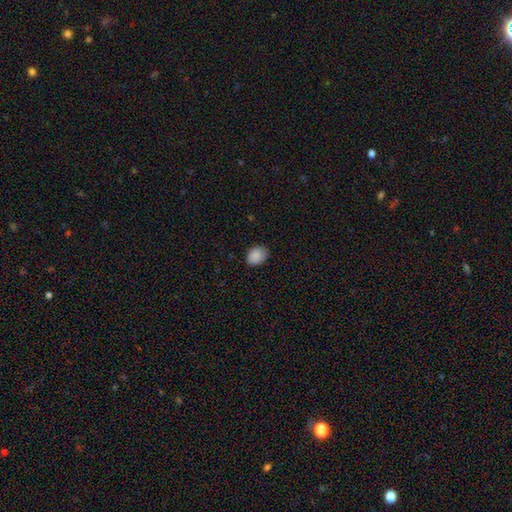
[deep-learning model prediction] Smooth or featured? smooth (88%)
How rounded? in between (57%)
Merging? none (84%)